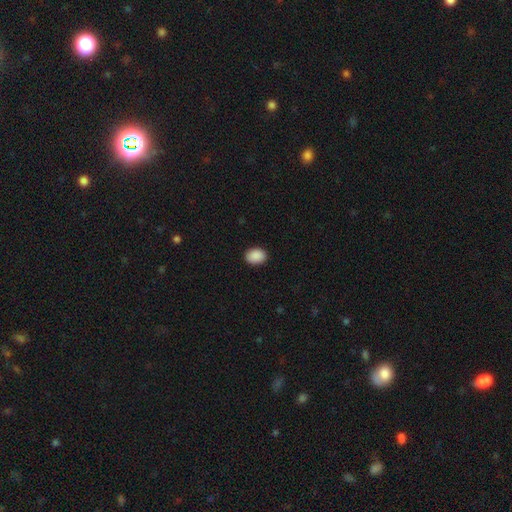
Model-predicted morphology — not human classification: The model was most divided on "how rounded": in between: 72%, round: 27%, cigar-shaped: 1%. More confident: smooth or featured — smooth (90%); merging — none (90%).